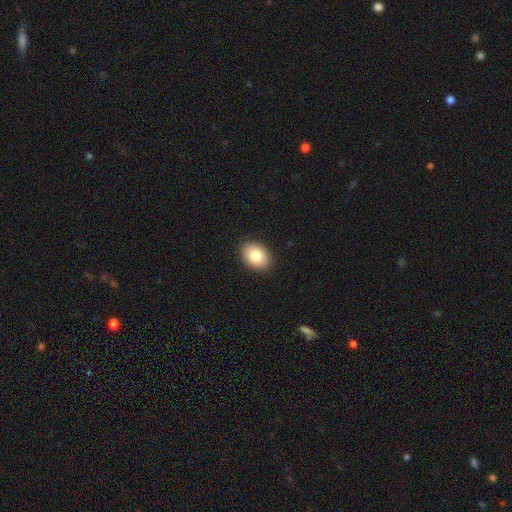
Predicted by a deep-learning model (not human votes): smooth_or_featured: smooth (p=0.83) [alt: featured or disk p=0.09]
how_rounded: in between (p=0.75) [alt: round p=0.25]
merging: none (p=0.90) [alt: minor disturbance p=0.07]